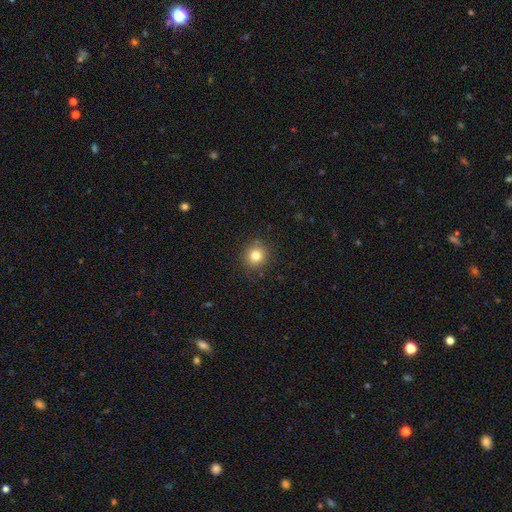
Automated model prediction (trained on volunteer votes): Q: Smooth or featured?
A: smooth (81%); runner-up: star or artifact (12%)
Q: How rounded?
A: round (88%); runner-up: in between (11%)
Q: Merging?
A: none (87%); runner-up: minor disturbance (9%)